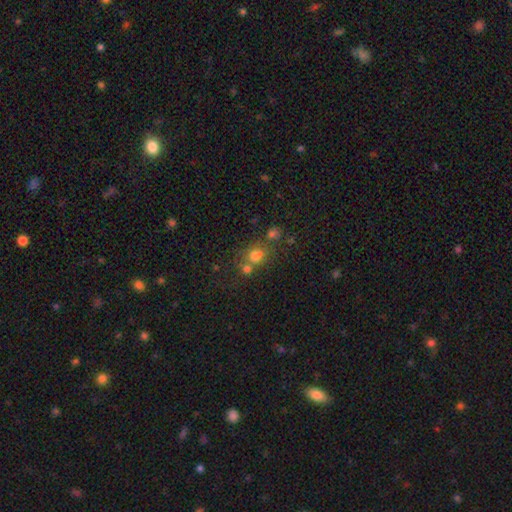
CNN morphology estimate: Smooth or featured: smooth — 70% (star or artifact — 18%)
How rounded: round — 69% (in between — 30%)
Merging: none — 47% (merger — 36%)